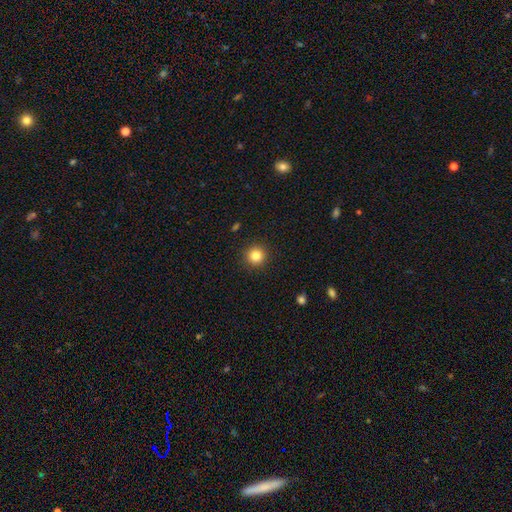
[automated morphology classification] A smooth galaxy with no disk features (84%) that is round (95%). Merging: none (92%).